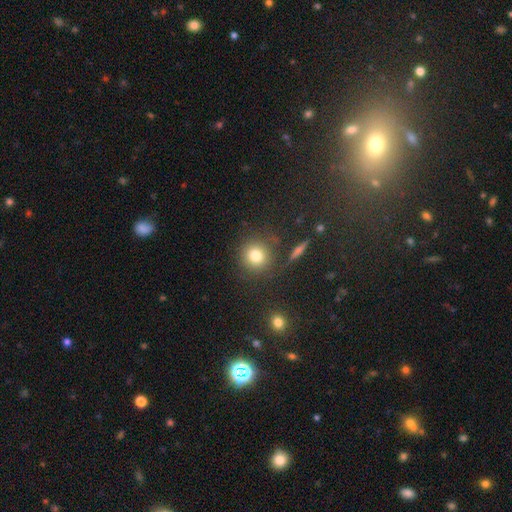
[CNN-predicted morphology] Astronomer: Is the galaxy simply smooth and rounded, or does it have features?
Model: smooth — 80%.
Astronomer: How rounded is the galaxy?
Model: round — 90%.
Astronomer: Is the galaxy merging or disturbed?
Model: none — 83%.